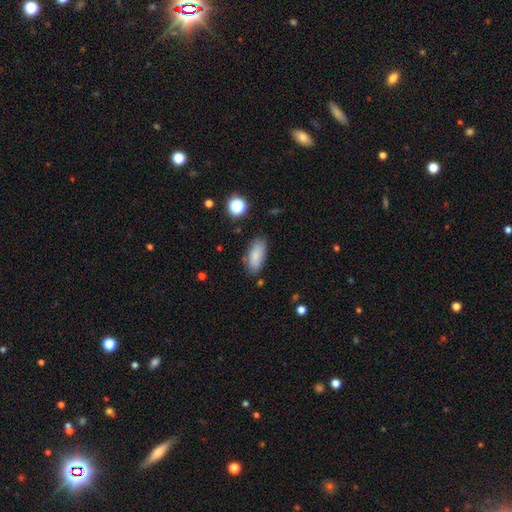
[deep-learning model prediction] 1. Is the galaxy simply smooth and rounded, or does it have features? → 83% smooth, 9% featured or disk, 8% star or artifact.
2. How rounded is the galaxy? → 85% in between, 13% cigar-shaped, 3% round.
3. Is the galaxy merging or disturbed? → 79% none, 15% minor disturbance, 4% major disturbance, 2% merger.